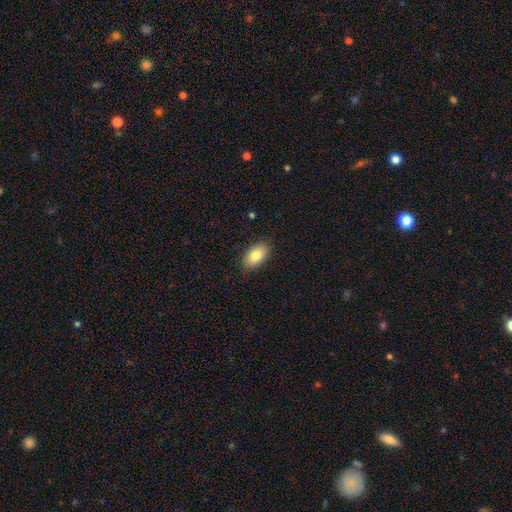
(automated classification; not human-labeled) Smooth or featured? Predicted: smooth (p=0.82). How rounded? Predicted: in between (p=0.92). Merging? Predicted: none (p=0.87).